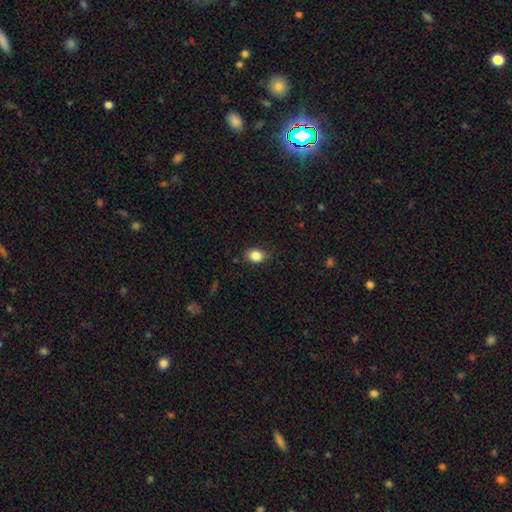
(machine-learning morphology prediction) Smooth or featured?
  - smooth: 85% *
  - star or artifact: 9%
  - featured or disk: 5%
How rounded?
  - in between: 63% *
  - round: 36%
  - cigar-shaped: 1%
Merging?
  - none: 82% *
  - minor disturbance: 14%
  - major disturbance: 3%
  - merger: 1%